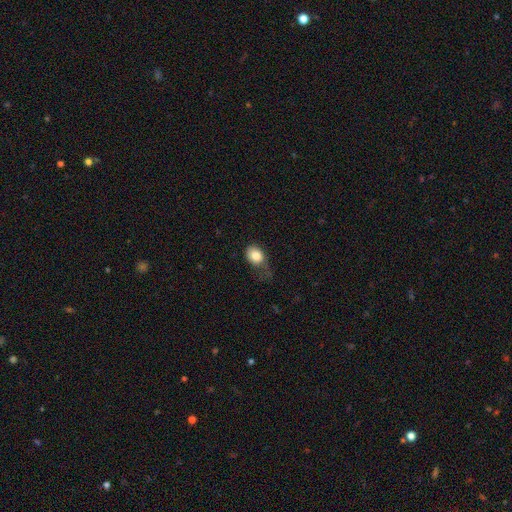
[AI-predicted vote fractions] Smooth or featured?
  - smooth: 82% *
  - featured or disk: 9%
  - star or artifact: 8%
How rounded?
  - in between: 61% *
  - round: 38%
  - cigar-shaped: 1%
Merging?
  - none: 37% *
  - minor disturbance: 34%
  - major disturbance: 26%
  - merger: 3%